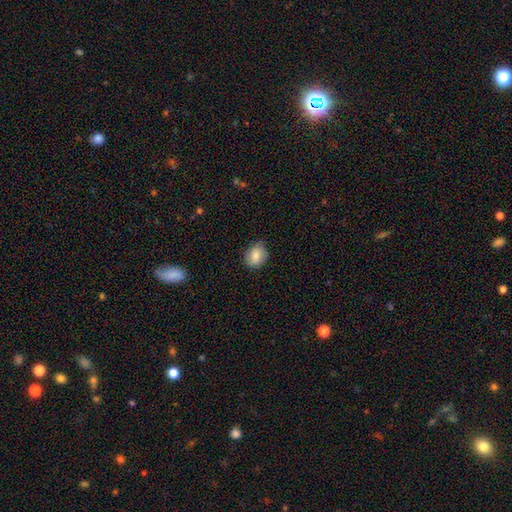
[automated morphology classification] smooth_or_featured: smooth (p=0.81) [alt: featured or disk p=0.12]
how_rounded: round (p=0.51) [alt: in between p=0.48]
merging: none (p=0.74) [alt: minor disturbance p=0.21]